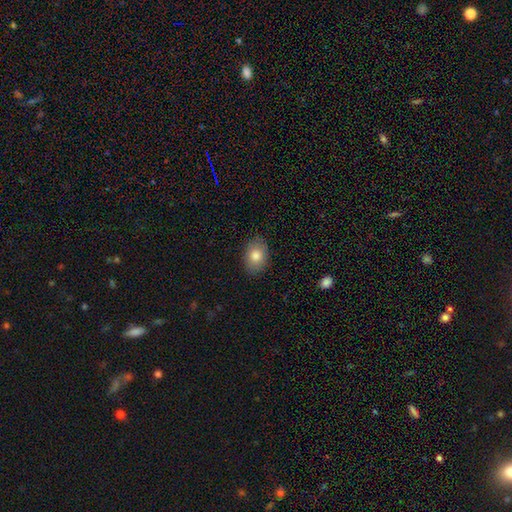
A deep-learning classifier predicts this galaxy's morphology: smooth 81%, featured or disk 11%, star or artifact 8%. Down the decision tree: how rounded — in between (76%); merging — none (87%).